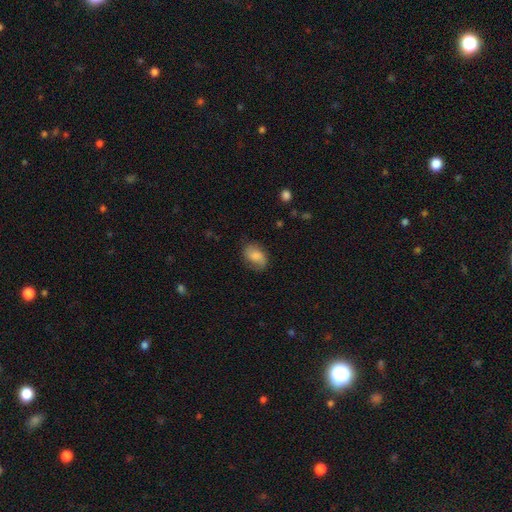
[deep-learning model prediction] smooth 68%, featured or disk 24%, star or artifact 8%. Down the decision tree: how rounded — in between (82%); merging — none (68%).